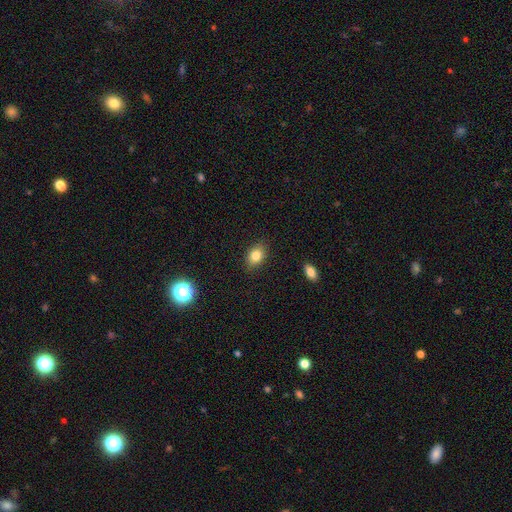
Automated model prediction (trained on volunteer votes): Smooth or featured: smooth — 82% (star or artifact — 9%)
How rounded: in between — 80% (round — 19%)
Merging: none — 86% (minor disturbance — 10%)